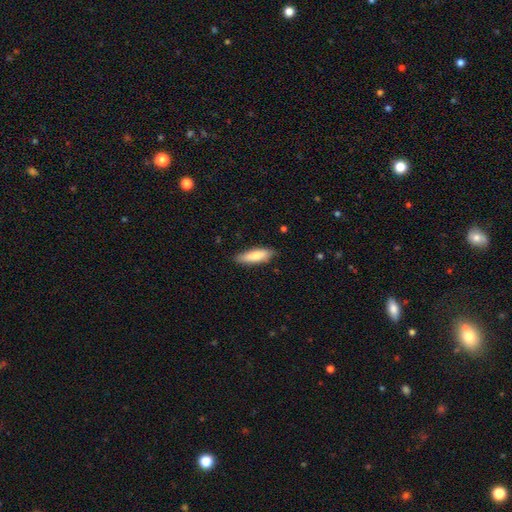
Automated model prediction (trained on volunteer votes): Smooth or featured: smooth — 79% (featured or disk — 16%)
How rounded: cigar-shaped — 55% (in between — 44%)
Merging: none — 83% (minor disturbance — 13%)